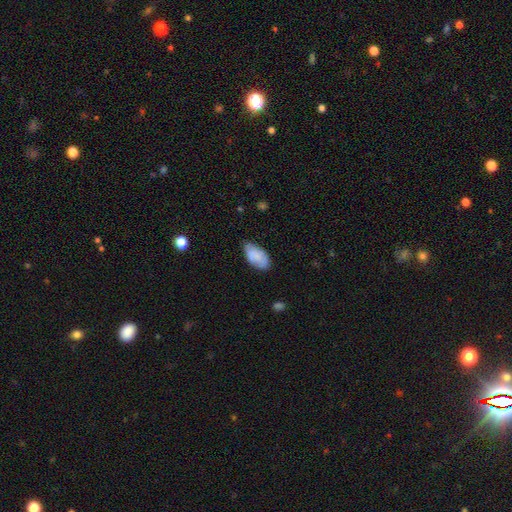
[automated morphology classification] Smooth or featured?
  - smooth: 78% *
  - featured or disk: 16%
  - star or artifact: 7%
How rounded?
  - in between: 94% *
  - round: 3%
  - cigar-shaped: 3%
Merging?
  - none: 66% *
  - minor disturbance: 28%
  - major disturbance: 5%
  - merger: 2%